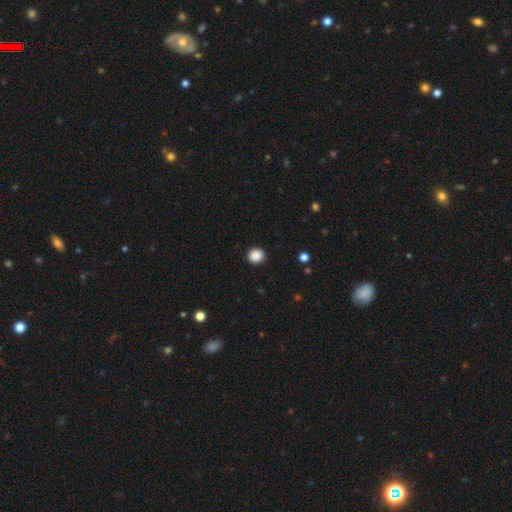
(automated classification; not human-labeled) smooth-or-featured: smooth: 88% | star or artifact: 10% | featured or disk: 3%
  how-rounded: round: 91% | in between: 8% | cigar-shaped: 1%
  merging: none: 92% | minor disturbance: 5% | major disturbance: 2% | merger: 1%